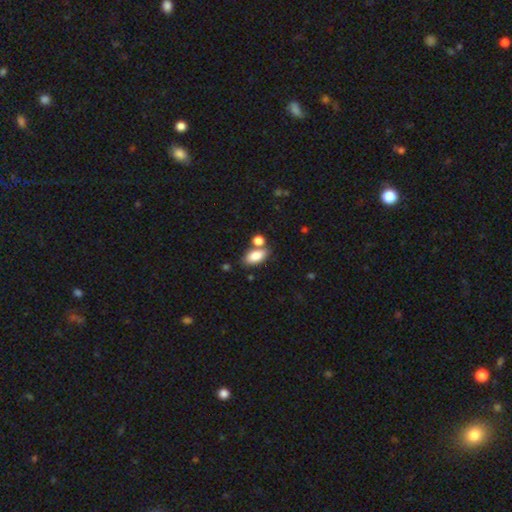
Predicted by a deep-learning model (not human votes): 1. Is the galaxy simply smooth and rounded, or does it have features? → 84% smooth, 8% featured or disk, 8% star or artifact.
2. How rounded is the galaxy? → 90% in between, 5% round, 5% cigar-shaped.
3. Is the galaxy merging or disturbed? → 63% none, 21% merger, 12% minor disturbance, 4% major disturbance.